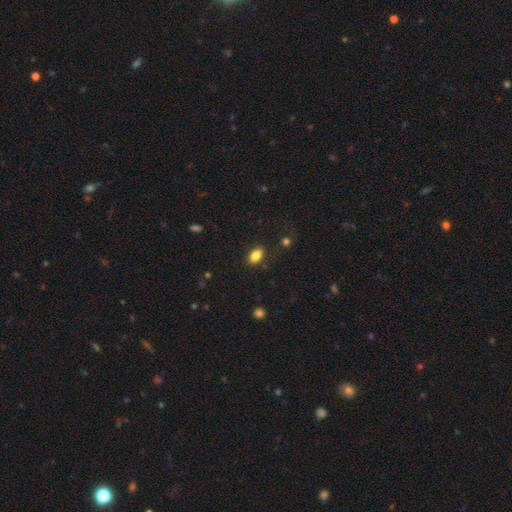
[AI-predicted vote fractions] A smooth galaxy with no disk features (83%) that is in between round and cigar-shaped (88%).

Vote fractions:
- Smooth or featured? smooth: 83% / star or artifact: 9% / featured or disk: 8%
- How rounded? in between: 88% / round: 8% / cigar-shaped: 4%
- Merging? none: 84% / minor disturbance: 11% / major disturbance: 3% / merger: 2%